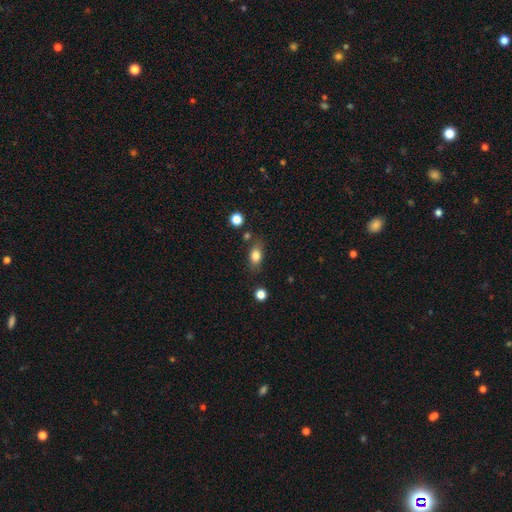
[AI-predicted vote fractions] Overall: smooth (81%). How rounded: in between (79%). Merging: none (75%).